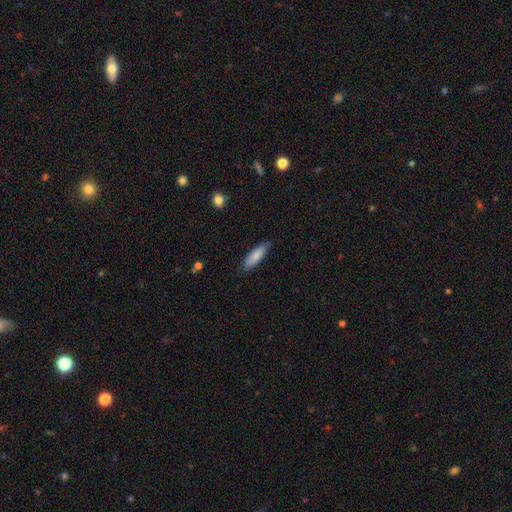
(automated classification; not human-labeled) smooth 81%, featured or disk 13%, star or artifact 6%. Down the decision tree: how rounded — cigar-shaped (54%); merging — none (81%).